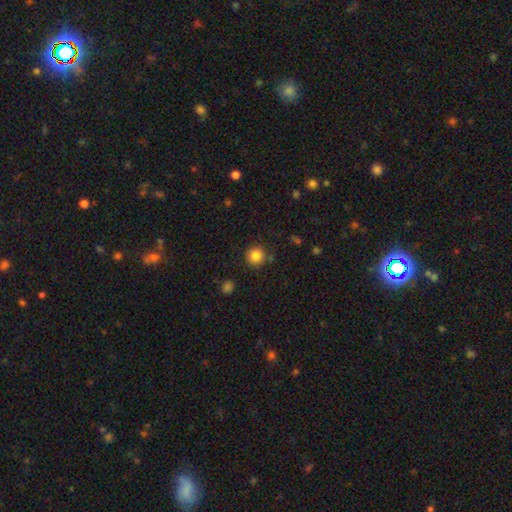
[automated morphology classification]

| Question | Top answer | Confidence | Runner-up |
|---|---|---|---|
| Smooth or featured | smooth | 85% | star or artifact (11%) |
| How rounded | round | 93% | in between (6%) |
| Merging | none | 86% | minor disturbance (8%) |